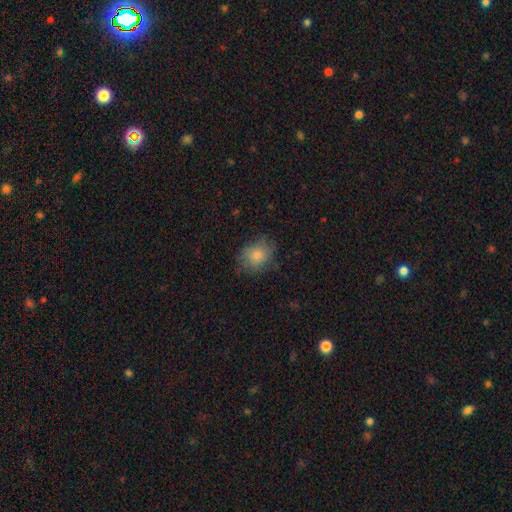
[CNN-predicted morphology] The model was most divided on "how rounded": round: 52%, in between: 47%, cigar-shaped: 1%. More confident: smooth or featured — smooth (77%); merging — none (73%).